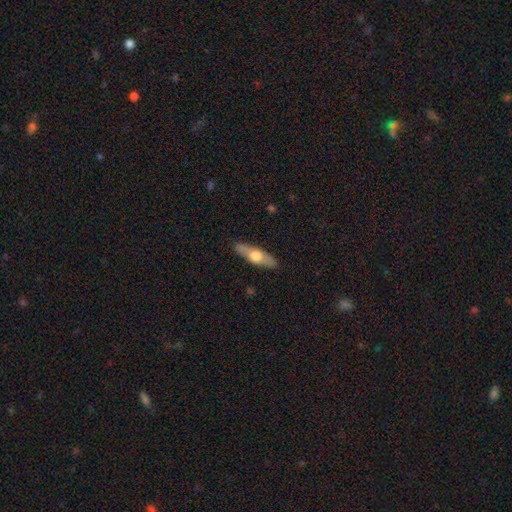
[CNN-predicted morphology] Q: Smooth or featured?
A: smooth (48%); runner-up: featured or disk (47%)
Q: Merging?
A: none (88%); runner-up: minor disturbance (9%)